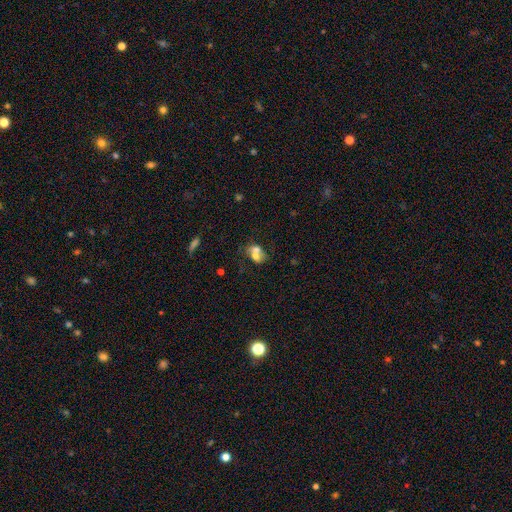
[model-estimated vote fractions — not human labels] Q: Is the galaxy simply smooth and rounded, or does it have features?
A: smooth — 60%.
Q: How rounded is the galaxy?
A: in between — 55%.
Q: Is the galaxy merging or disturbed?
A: merger — 64%.